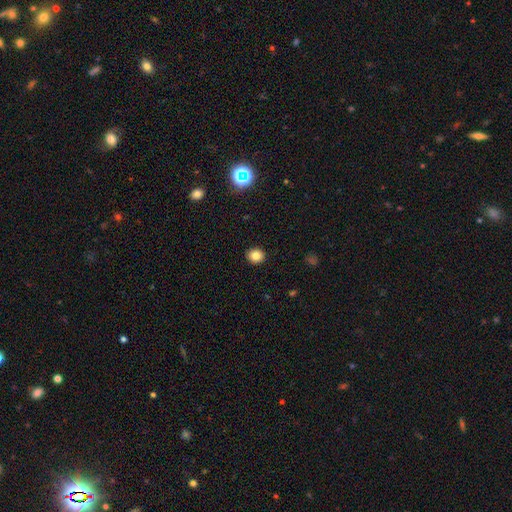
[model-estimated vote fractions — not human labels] Smooth or featured?
  - smooth: 82% *
  - star or artifact: 12%
  - featured or disk: 6%
How rounded?
  - round: 80% *
  - in between: 19%
  - cigar-shaped: 1%
Merging?
  - none: 92% *
  - minor disturbance: 5%
  - major disturbance: 2%
  - merger: 1%